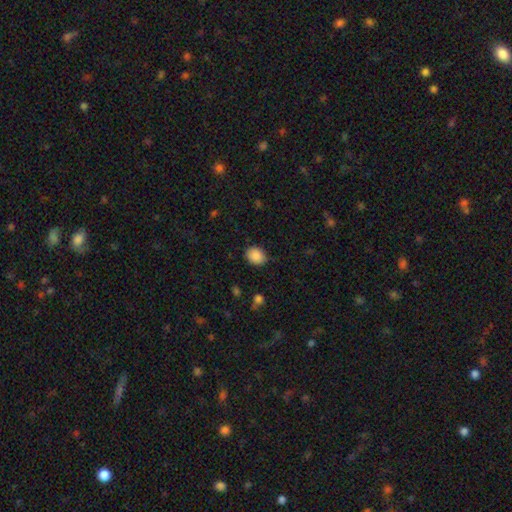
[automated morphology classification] smooth_or_featured: smooth (p=0.88) [alt: star or artifact p=0.08]
how_rounded: in between (p=0.50) [alt: round p=0.49]
merging: none (p=0.83) [alt: minor disturbance p=0.13]